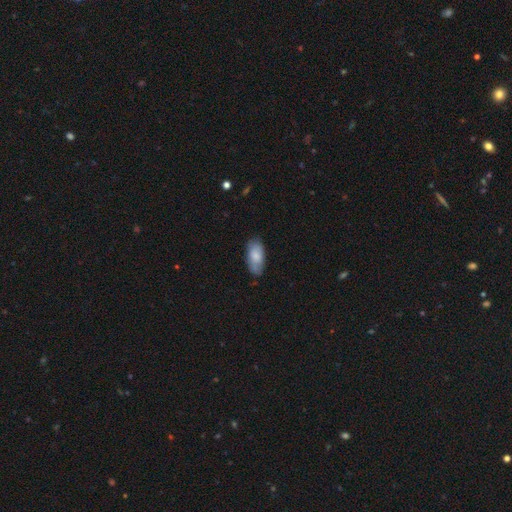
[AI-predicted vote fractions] Morphology: type=smooth (78%); roundness=in between (90%); merging=none (75%).